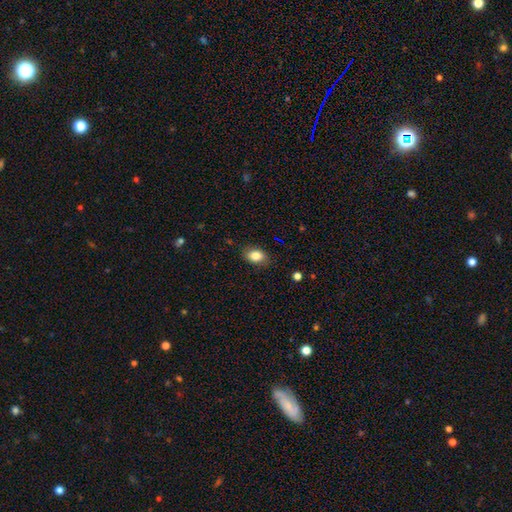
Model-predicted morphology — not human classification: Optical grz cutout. It shows a smooth galaxy with no disk features (83%) that is in between round and cigar-shaped (83%). Merging: none (85%).